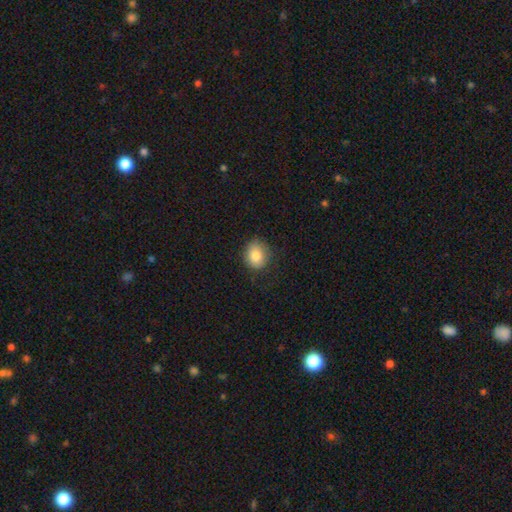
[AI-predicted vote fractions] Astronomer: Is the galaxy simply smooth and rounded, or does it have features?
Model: smooth — 82%.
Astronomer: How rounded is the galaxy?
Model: round — 68%.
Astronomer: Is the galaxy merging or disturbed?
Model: none — 74%.